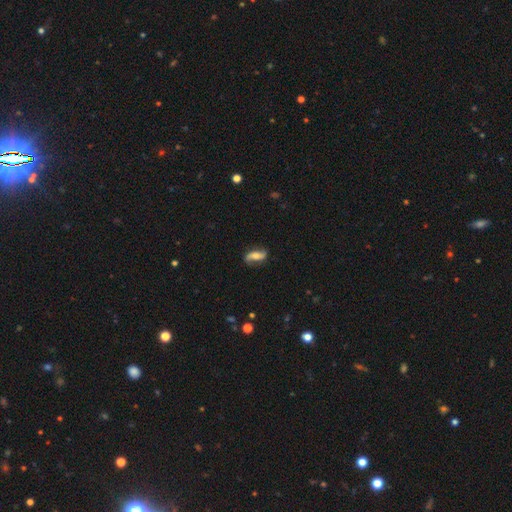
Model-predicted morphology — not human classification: Smooth or featured?
  - featured or disk: 64% *
  - smooth: 29%
  - star or artifact: 7%
Edge-on disk?
  - no: 87% *
  - yes: 13%
Bar?
  - no: 46% *
  - weak: 29%
  - strong: 25%
Spiral arms?
  - yes: 89% *
  - no: 11%
Bulge size?
  - moderate: 57% *
  - small: 28%
  - large: 9%
  - none: 4%
  - dominant: 2%
Merging?
  - none: 77% *
  - minor disturbance: 16%
  - major disturbance: 5%
  - merger: 1%